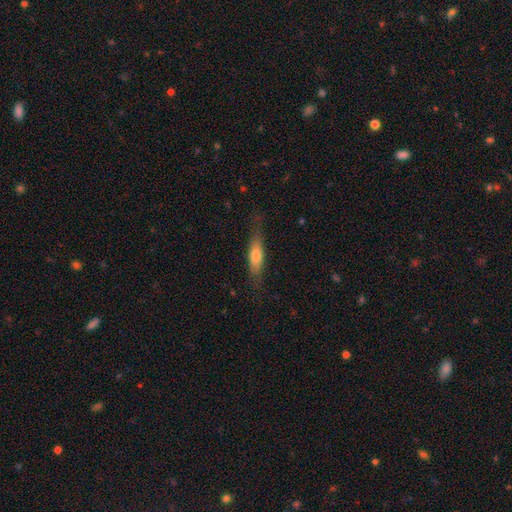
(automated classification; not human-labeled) The model was most divided on "how rounded": cigar-shaped: 60%, in between: 38%, round: 2%. More confident: merging — none (72%); smooth or featured — smooth (64%).